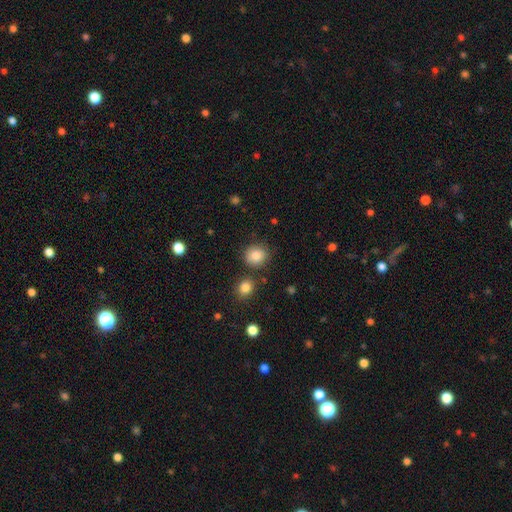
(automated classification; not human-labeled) Smooth or featured: smooth — 84% (star or artifact — 10%)
How rounded: round — 85% (in between — 14%)
Merging: none — 82% (minor disturbance — 9%)